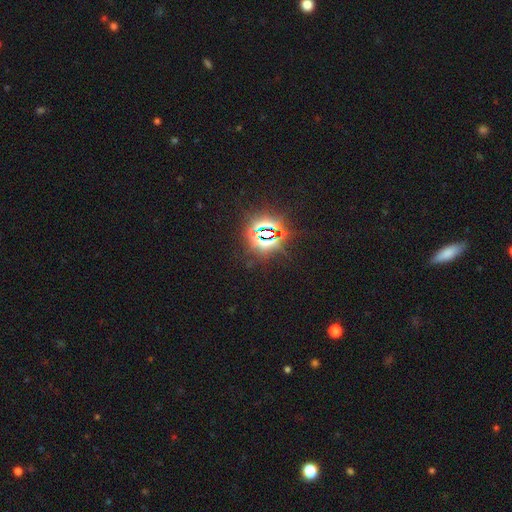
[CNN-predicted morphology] smooth-or-featured: star or artifact: 84% | smooth: 10% | featured or disk: 6%